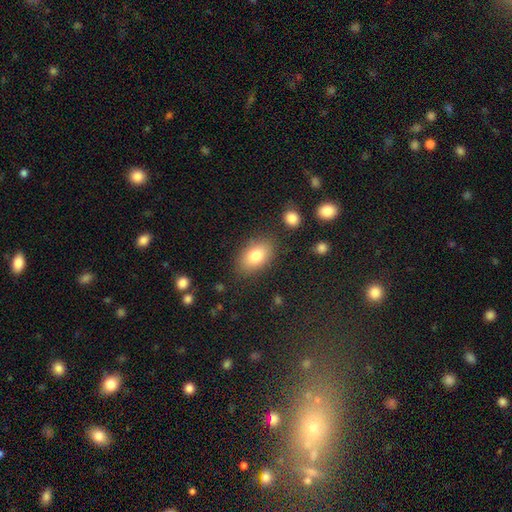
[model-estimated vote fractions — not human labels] Smooth or featured? Predicted: smooth (p=0.81). How rounded? Predicted: in between (p=0.89). Merging? Predicted: none (p=0.82).